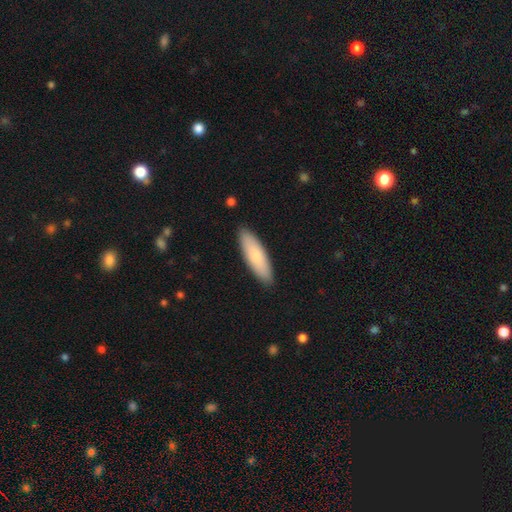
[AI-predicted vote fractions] Smooth or featured?
  - smooth: 77% *
  - featured or disk: 18%
  - star or artifact: 5%
How rounded?
  - cigar-shaped: 52% *
  - in between: 46%
  - round: 2%
Merging?
  - none: 89% *
  - minor disturbance: 8%
  - major disturbance: 2%
  - merger: 1%